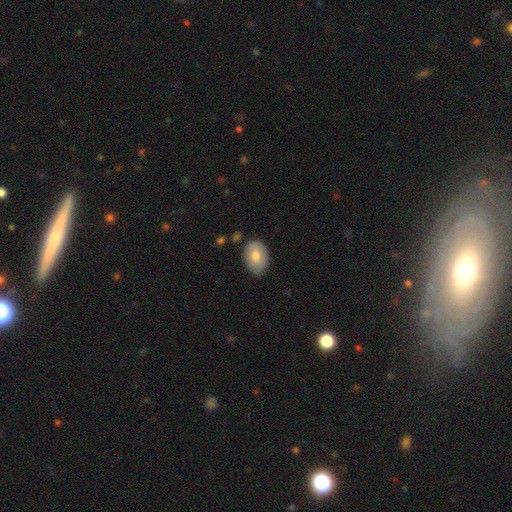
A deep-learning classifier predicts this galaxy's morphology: Q: Smooth or featured?
A: smooth (73%); runner-up: featured or disk (20%)
Q: How rounded?
A: in between (83%); runner-up: round (15%)
Q: Merging?
A: none (77%); runner-up: minor disturbance (18%)